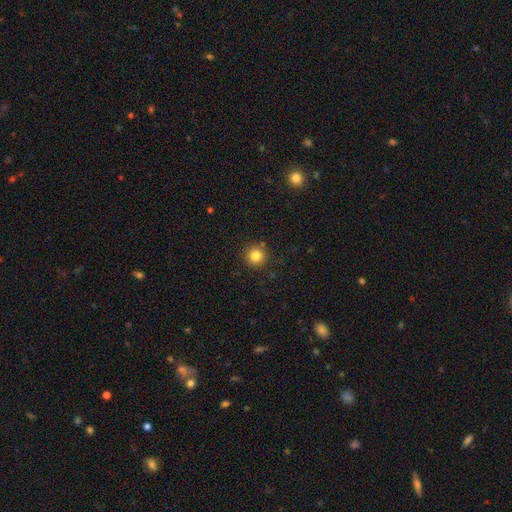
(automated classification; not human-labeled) smooth 83%, star or artifact 12%, featured or disk 5%. Down the decision tree: how rounded — round (95%); merging — none (89%).